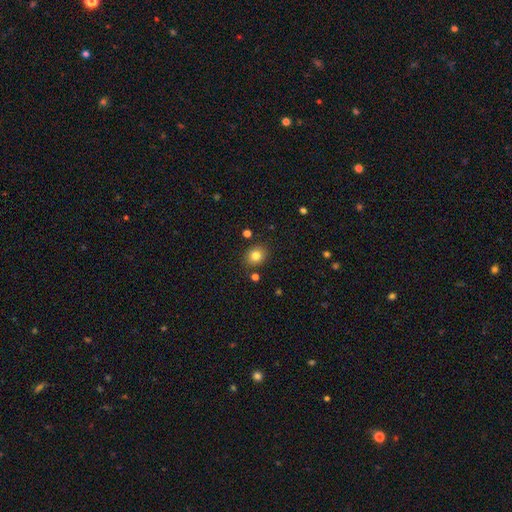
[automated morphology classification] smooth_or_featured: smooth (p=0.81) [alt: star or artifact p=0.11]
how_rounded: round (p=0.66) [alt: in between p=0.33]
merging: none (p=0.86) [alt: minor disturbance p=0.09]